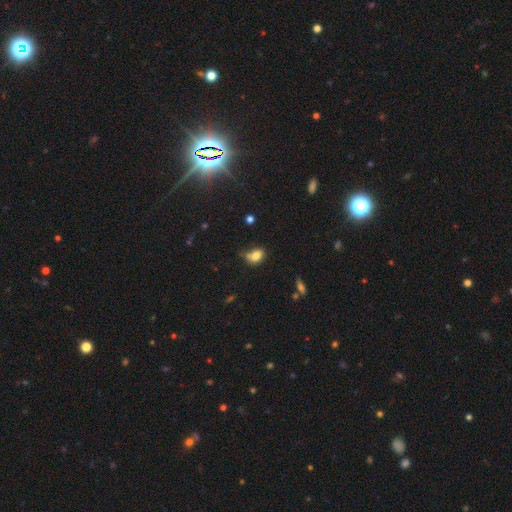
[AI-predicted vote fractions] This appears to be a smooth galaxy with no disk features (80%) that is in between round and cigar-shaped (71%). Merging: none (49%).